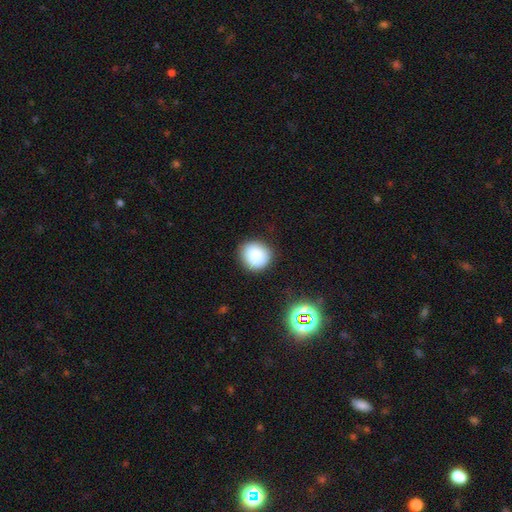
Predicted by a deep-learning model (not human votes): Smooth or featured? smooth (86%)
How rounded? round (87%)
Merging? none (87%)